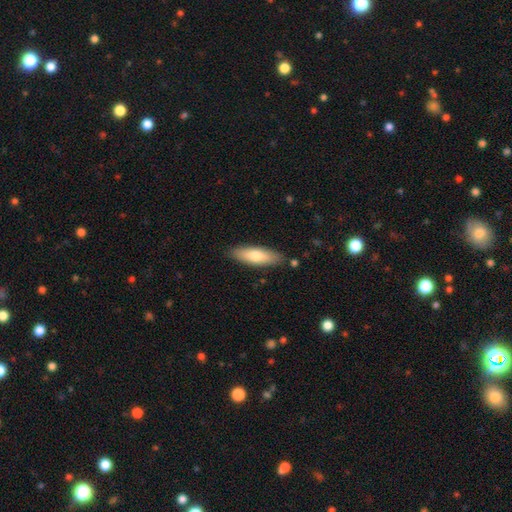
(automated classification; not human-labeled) Smooth or featured?
  - smooth: 73% *
  - featured or disk: 21%
  - star or artifact: 6%
How rounded?
  - in between: 52% *
  - cigar-shaped: 46%
  - round: 2%
Merging?
  - none: 85% *
  - minor disturbance: 10%
  - merger: 2%
  - major disturbance: 2%